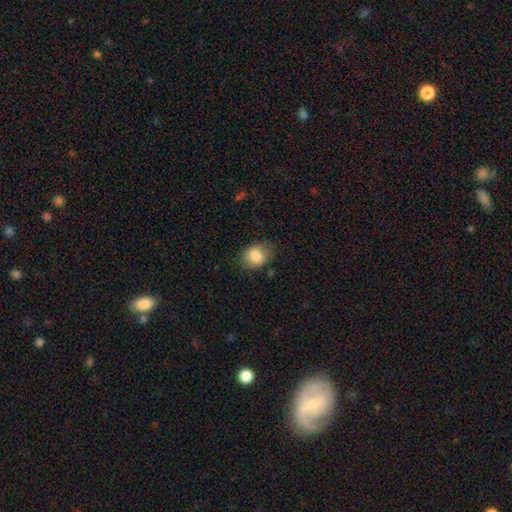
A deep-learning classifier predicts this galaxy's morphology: Overall: smooth (83%). How rounded: in between (51%; round 48%). Merging: none (73%).